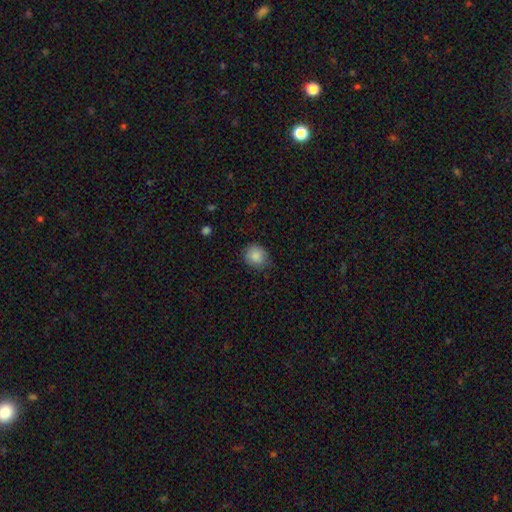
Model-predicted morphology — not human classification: smooth 87%, star or artifact 8%, featured or disk 5%. Down the decision tree: how rounded — round (76%); merging — none (74%).